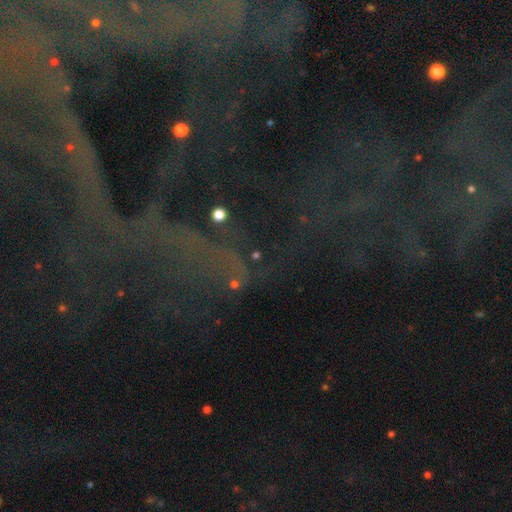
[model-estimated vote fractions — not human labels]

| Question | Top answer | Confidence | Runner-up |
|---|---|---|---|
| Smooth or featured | star or artifact | 65% | smooth (18%) |